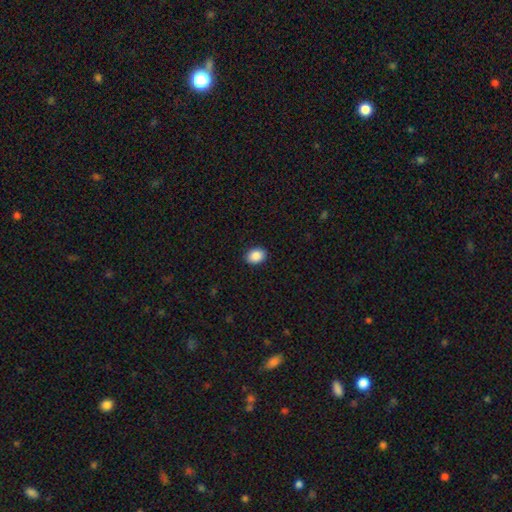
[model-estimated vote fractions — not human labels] Overall: smooth (89%). How rounded: in between (73%). Merging: none (90%).